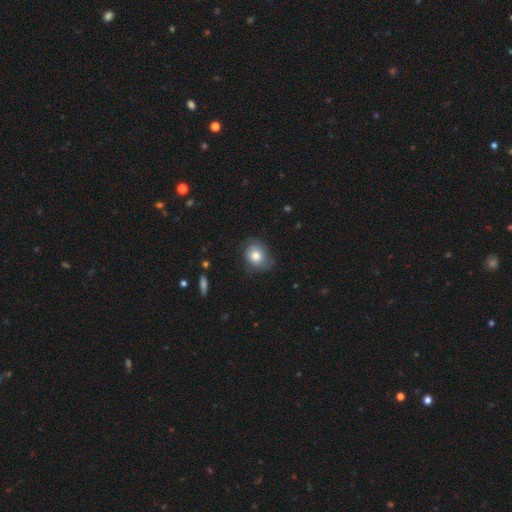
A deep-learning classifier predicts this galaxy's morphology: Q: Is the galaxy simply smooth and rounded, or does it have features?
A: smooth — 77%.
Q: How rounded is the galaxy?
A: round — 50%.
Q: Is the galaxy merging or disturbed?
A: none — 62%.